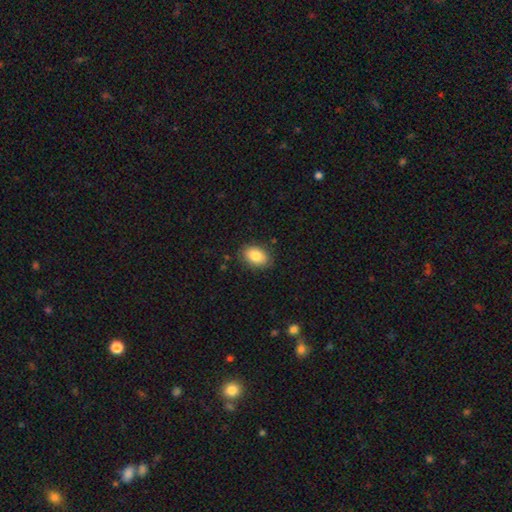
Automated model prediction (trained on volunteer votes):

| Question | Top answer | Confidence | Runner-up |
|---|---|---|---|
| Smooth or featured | smooth | 84% | featured or disk (8%) |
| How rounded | in between | 86% | round (13%) |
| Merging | none | 84% | minor disturbance (12%) |